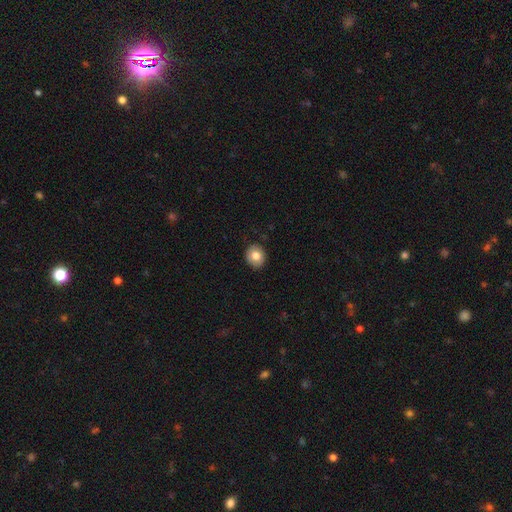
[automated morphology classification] This appears to be a smooth galaxy with no disk features (78%) that is round (72%). Merging: none (89%).